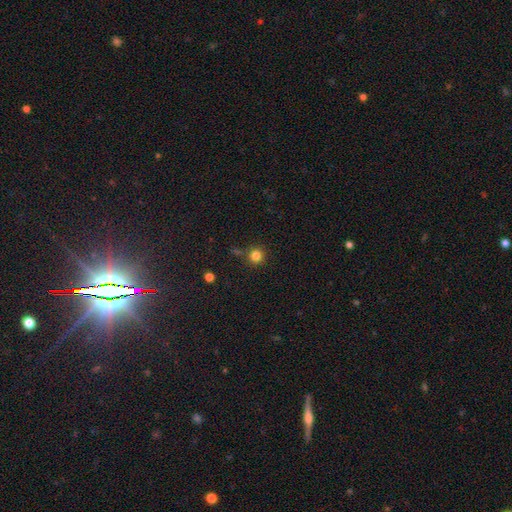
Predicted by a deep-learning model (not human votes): Smooth or featured? smooth (82%)
How rounded? round (94%)
Merging? none (81%)